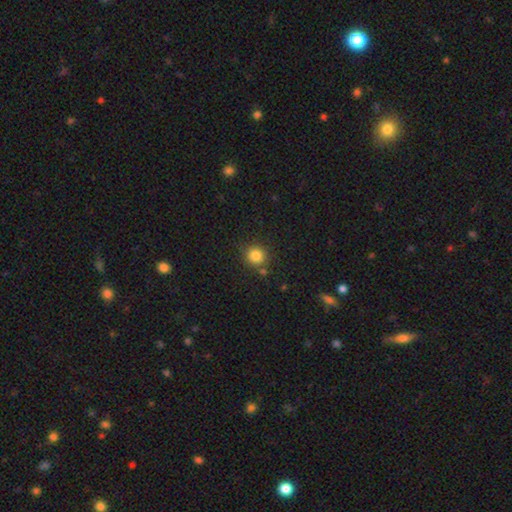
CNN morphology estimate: Overall: smooth (83%). How rounded: round (90%). Merging: none (80%).